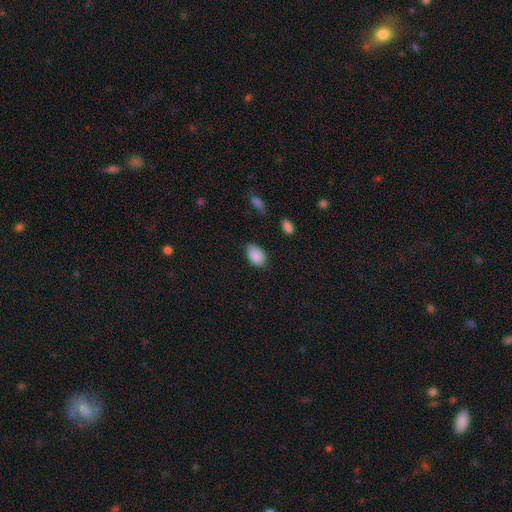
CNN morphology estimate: A smooth galaxy with no disk features (88%) that is in between round and cigar-shaped (88%). Merging: none (73%).